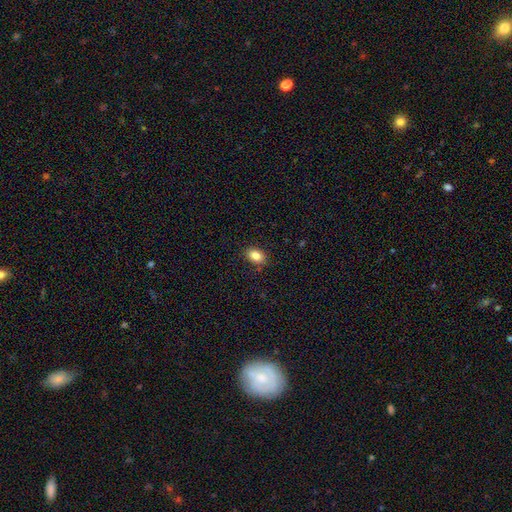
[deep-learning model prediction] The model was most divided on "how rounded": in between: 82%, round: 17%, cigar-shaped: 1%. More confident: merging — none (87%); smooth or featured — smooth (84%).